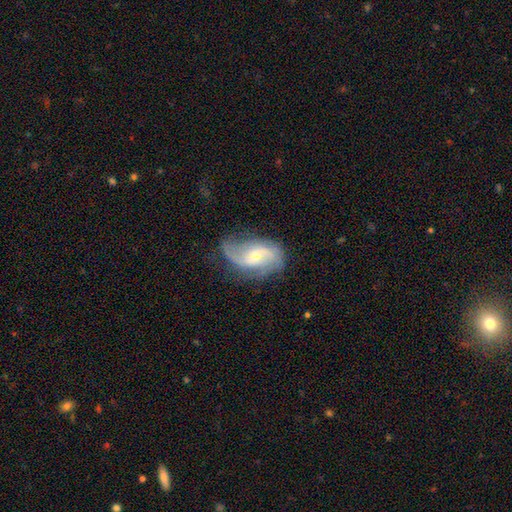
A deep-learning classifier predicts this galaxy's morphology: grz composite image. It shows a featured or disk galaxy (81%) with a weak bar (47%), 2 (77%) loose (57%) spiral arms (93%) and a small central bulge (58%). Merging: none (60%).